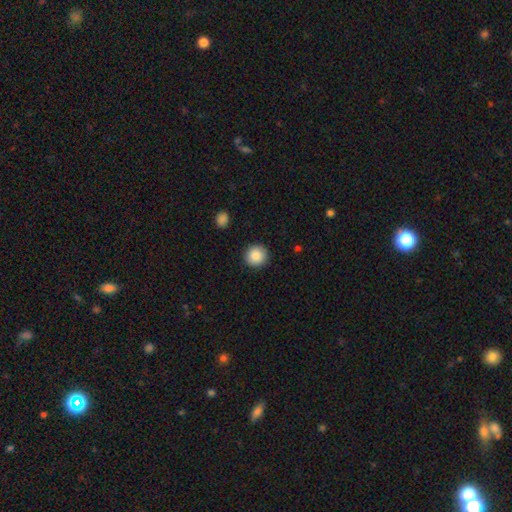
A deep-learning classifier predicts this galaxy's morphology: This is clearly a smooth galaxy (88%). How rounded: clearly round (94%). Merging: clearly none (91%).